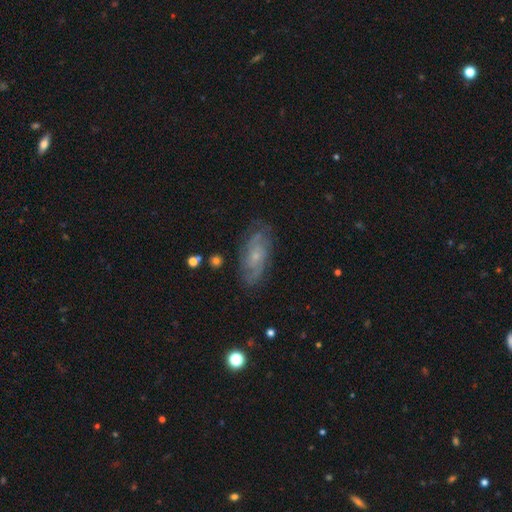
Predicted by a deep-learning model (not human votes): This appears to be a featured or disk galaxy (75%) with no bar (70%), 2 (44%) tight (48%) spiral arms (91%) and a small central bulge (70%). Merging: none (77%).